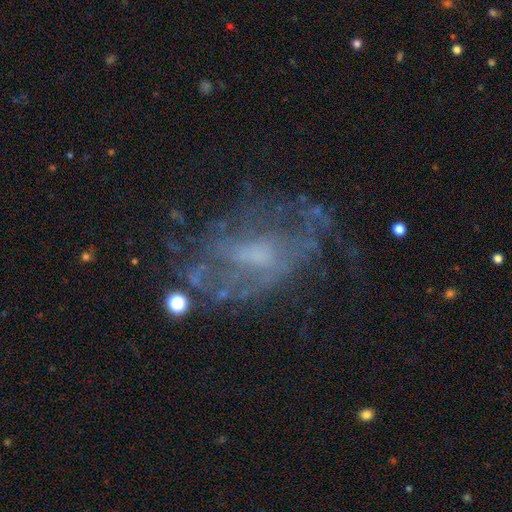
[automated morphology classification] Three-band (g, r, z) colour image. It shows a featured or disk galaxy (71%) with no bar (51%), spiral arms (55%) and a small central bulge (40%). Merging: none (55%).